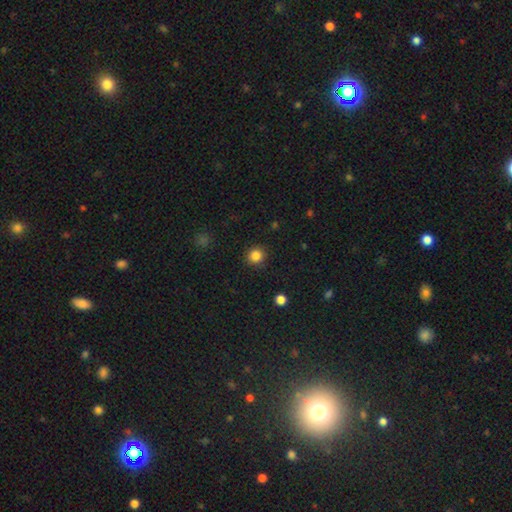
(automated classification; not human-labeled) A smooth galaxy with no disk features (85%) that is round (92%). Merging: none (90%).